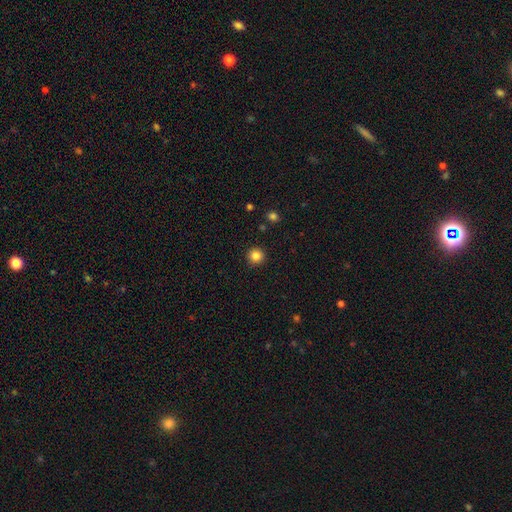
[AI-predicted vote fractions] Overall: smooth (84%). How rounded: round (96%). Merging: none (92%).